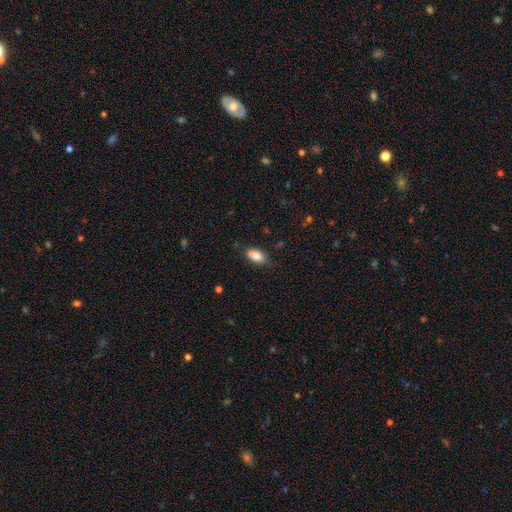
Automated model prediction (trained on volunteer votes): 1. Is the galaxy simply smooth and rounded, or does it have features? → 80% smooth, 11% featured or disk, 9% star or artifact.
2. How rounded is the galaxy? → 87% in between, 7% cigar-shaped, 6% round.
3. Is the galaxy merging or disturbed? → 60% none, 22% minor disturbance, 13% merger, 5% major disturbance.